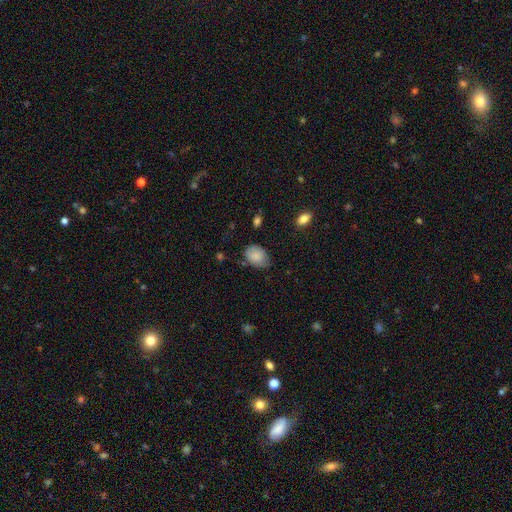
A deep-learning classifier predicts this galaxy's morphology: smooth-or-featured: smooth: 85% | featured or disk: 8% | star or artifact: 7%
  how-rounded: in between: 82% | round: 17% | cigar-shaped: 1%
  merging: none: 66% | minor disturbance: 27% | major disturbance: 5% | merger: 2%